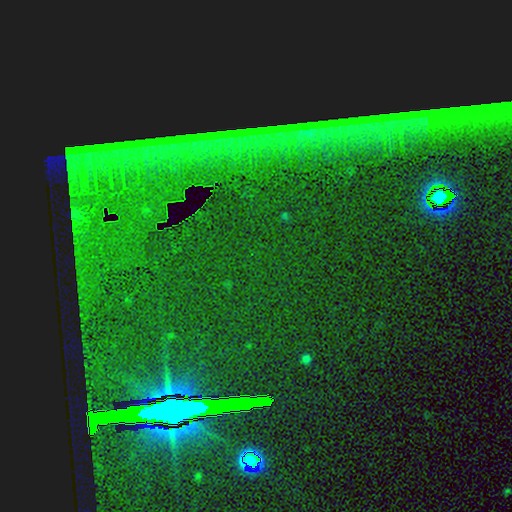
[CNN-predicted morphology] star or artifact 86%, featured or disk 8%, smooth 7%.